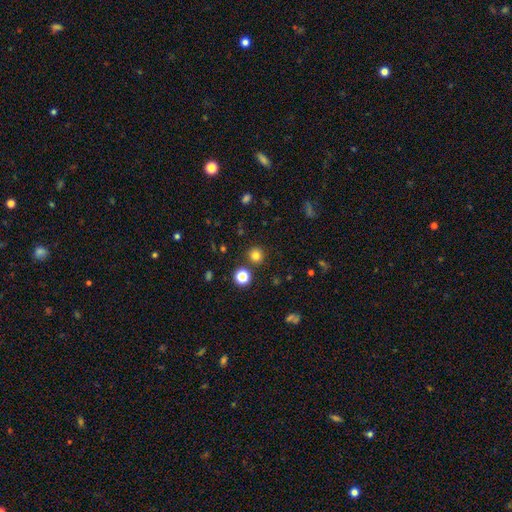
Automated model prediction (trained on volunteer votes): The model was most divided on "smooth or featured": smooth: 79%, star or artifact: 16%, featured or disk: 5%. More confident: how rounded — round (94%); merging — none (87%).